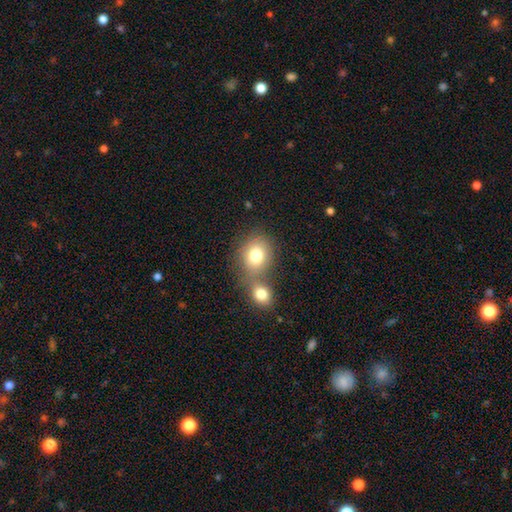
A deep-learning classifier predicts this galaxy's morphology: smooth 78%, featured or disk 12%, star or artifact 10%. Down the decision tree: how rounded — round (64%); merging — merger (46%).